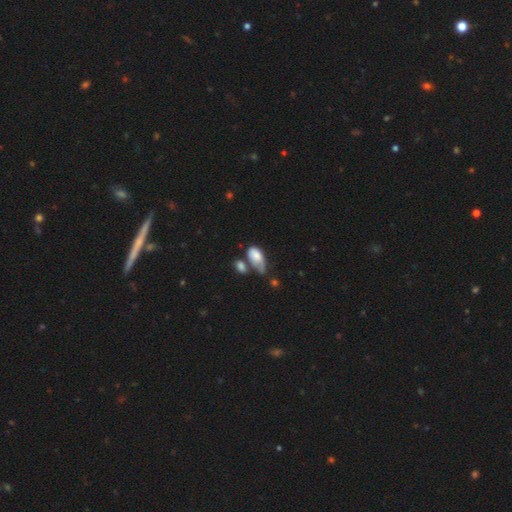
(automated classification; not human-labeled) Q: Smooth or featured?
A: smooth (76%); runner-up: featured or disk (16%)
Q: How rounded?
A: in between (92%); runner-up: round (4%)
Q: Merging?
A: merger (31%); runner-up: minor disturbance (26%)